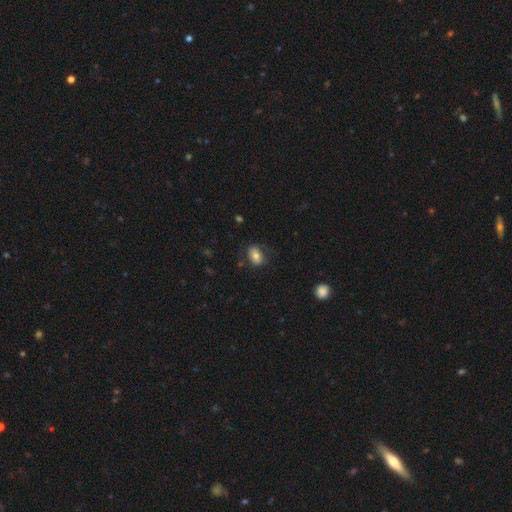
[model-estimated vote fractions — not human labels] smooth_or_featured: smooth (p=0.71) [alt: featured or disk p=0.21]
how_rounded: in between (p=0.77) [alt: round p=0.22]
merging: none (p=0.64) [alt: minor disturbance p=0.22]